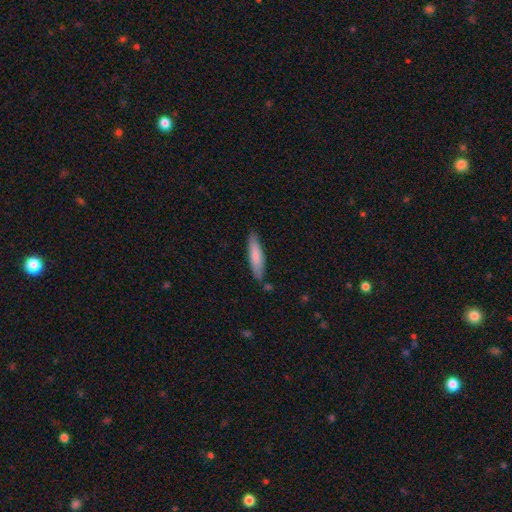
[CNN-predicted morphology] smooth 79%, featured or disk 16%, star or artifact 5%. Down the decision tree: how rounded — cigar-shaped (78%); merging — none (81%).